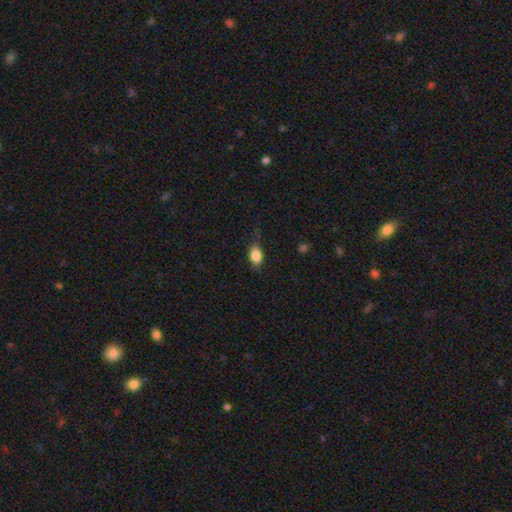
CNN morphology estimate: Smooth or featured: smooth — 85% (star or artifact — 8%)
How rounded: in between — 83% (round — 14%)
Merging: none — 72% (minor disturbance — 21%)